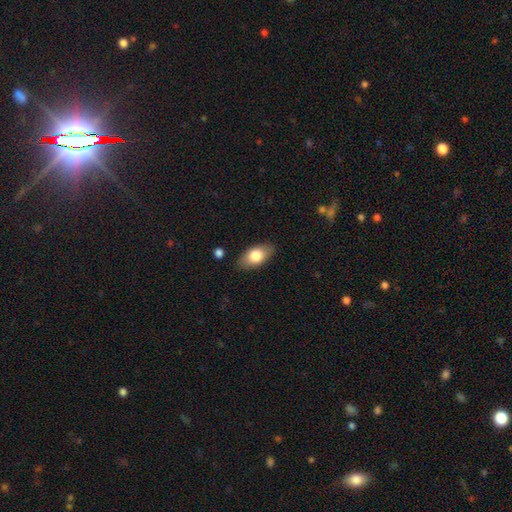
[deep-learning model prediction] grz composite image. It shows a smooth galaxy with no disk features (77%) that is in between round and cigar-shaped (91%). Merging: none (85%).